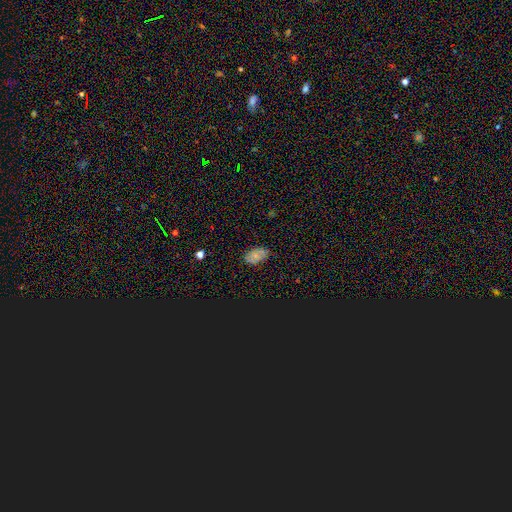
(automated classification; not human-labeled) Smooth or featured?
  - smooth: 61% *
  - star or artifact: 21%
  - featured or disk: 18%
How rounded?
  - in between: 91% *
  - round: 7%
  - cigar-shaped: 2%
Merging?
  - none: 78% *
  - minor disturbance: 17%
  - major disturbance: 3%
  - merger: 1%